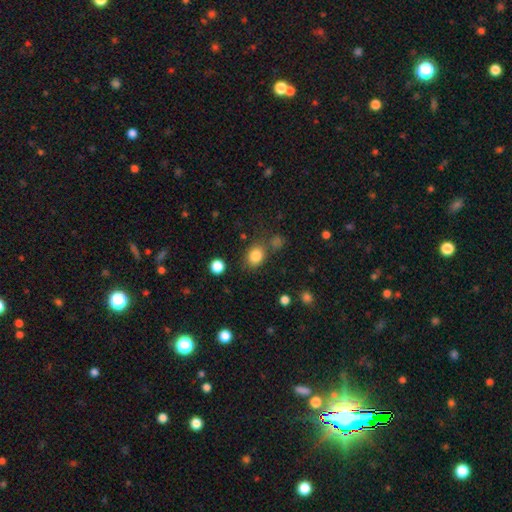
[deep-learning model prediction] This appears to be a smooth galaxy with no disk features (84%) that is in between round and cigar-shaped (52%). Merging: none (71%).